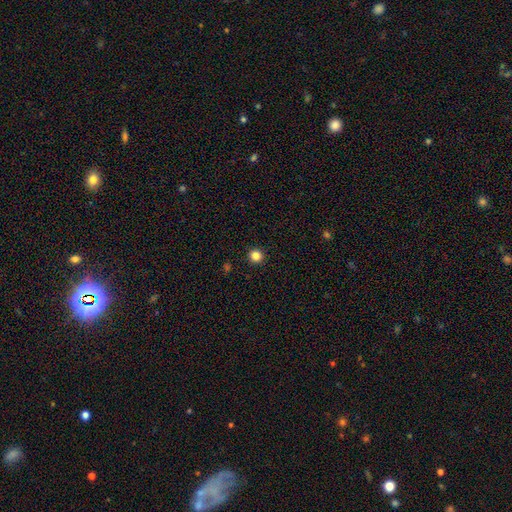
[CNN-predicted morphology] A smooth galaxy with no disk features (84%) that is round (95%). Merging: none (93%).